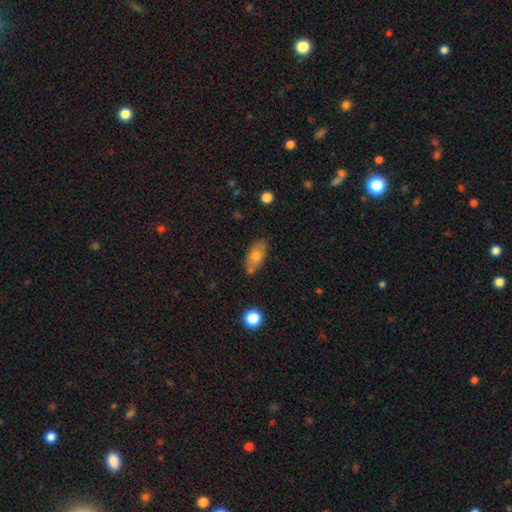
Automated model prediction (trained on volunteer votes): smooth-or-featured: smooth: 70% | featured or disk: 22% | star or artifact: 7%
  how-rounded: in between: 88% | cigar-shaped: 7% | round: 5%
  merging: none: 69% | minor disturbance: 18% | merger: 8% | major disturbance: 4%